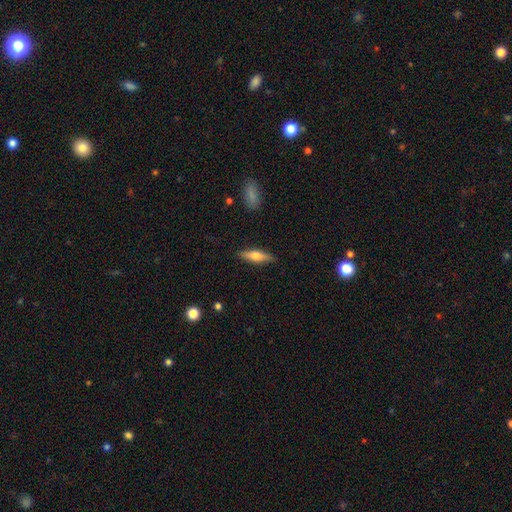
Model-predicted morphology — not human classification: This appears to be a smooth galaxy with no disk features (59%) that is cigar-shaped (62%). Merging: none (88%).